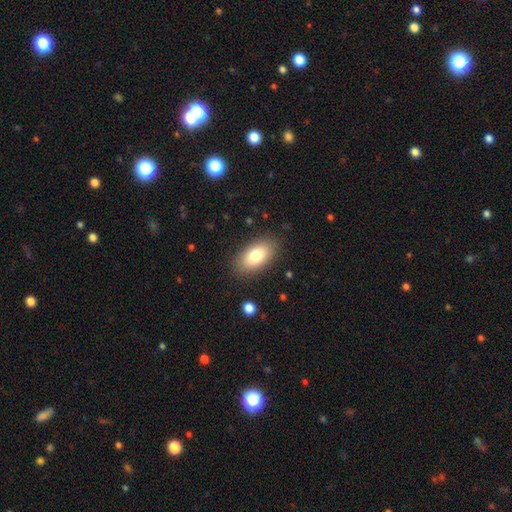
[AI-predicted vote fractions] smooth-or-featured: smooth: 79% | featured or disk: 14% | star or artifact: 7%
  how-rounded: in between: 92% | round: 5% | cigar-shaped: 3%
  merging: none: 85% | minor disturbance: 11% | major disturbance: 3% | merger: 1%